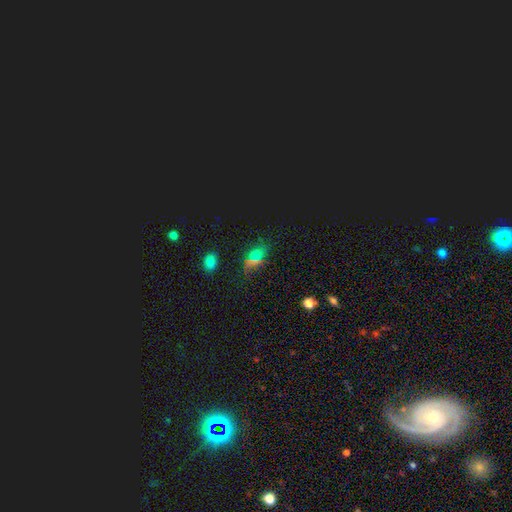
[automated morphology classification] smooth 56%, star or artifact 34%, featured or disk 10%. Down the decision tree: how rounded — in between (76%); merging — none (73%).